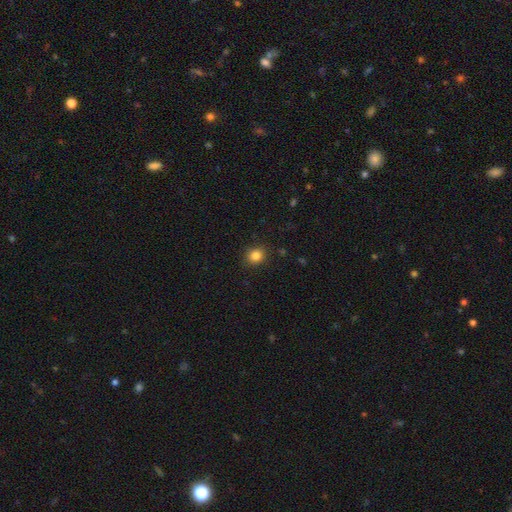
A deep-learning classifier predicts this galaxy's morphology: Smooth or featured? Predicted: smooth (p=0.84). How rounded? Predicted: round (p=0.76). Merging? Predicted: none (p=0.89).